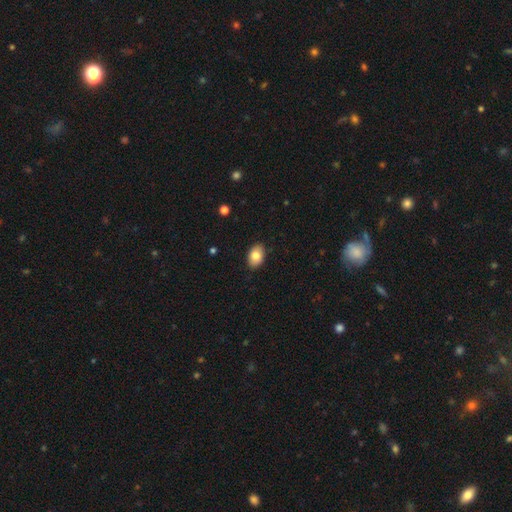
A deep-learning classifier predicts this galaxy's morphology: A smooth galaxy with no disk features (81%) that is in between round and cigar-shaped (87%).

Vote fractions:
- Smooth or featured? smooth: 81% / featured or disk: 12% / star or artifact: 7%
- How rounded? in between: 87% / round: 12% / cigar-shaped: 1%
- Merging? none: 88% / minor disturbance: 9% / major disturbance: 2% / merger: 1%